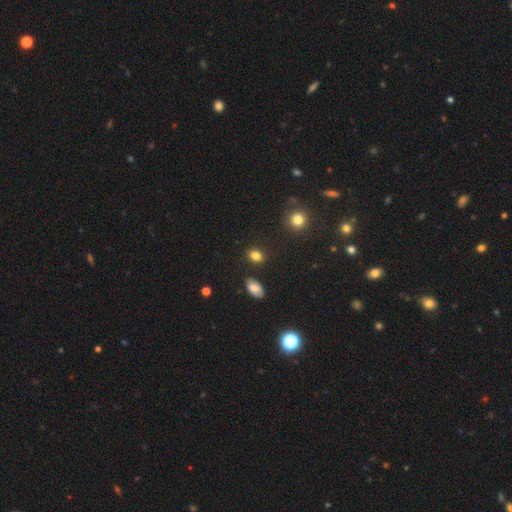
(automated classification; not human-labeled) A smooth galaxy with no disk features (83%) that is in between round and cigar-shaped (57%).

Vote fractions:
- Smooth or featured? smooth: 83% / star or artifact: 12% / featured or disk: 6%
- How rounded? in between: 57% / round: 41% / cigar-shaped: 2%
- Merging? none: 83% / minor disturbance: 10% / merger: 4% / major disturbance: 3%